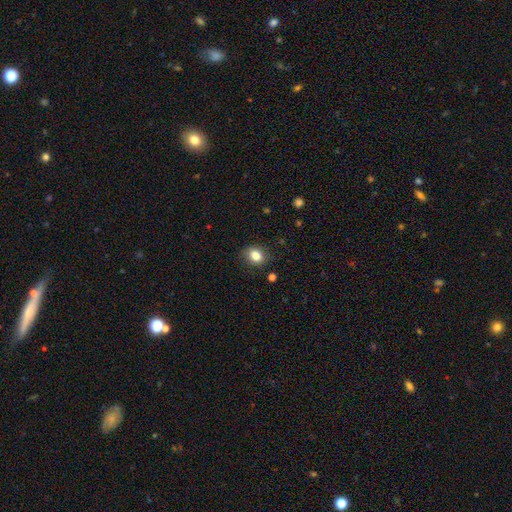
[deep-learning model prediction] Smooth or featured: smooth — 82% (star or artifact — 10%)
How rounded: in between — 50% (round — 48%)
Merging: none — 85% (minor disturbance — 11%)